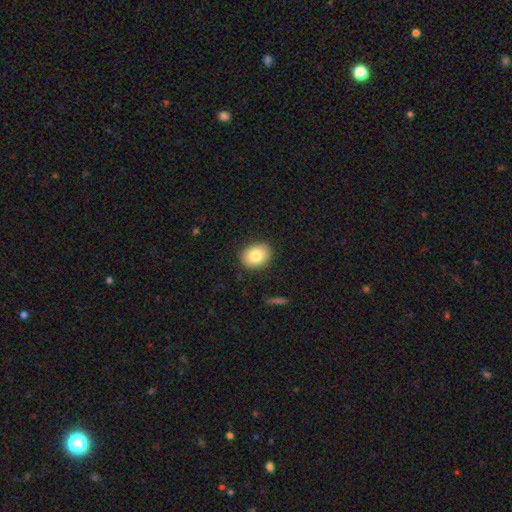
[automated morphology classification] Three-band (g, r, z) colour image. It shows a smooth galaxy with no disk features (83%) that is in between round and cigar-shaped (62%). Merging: none (88%).